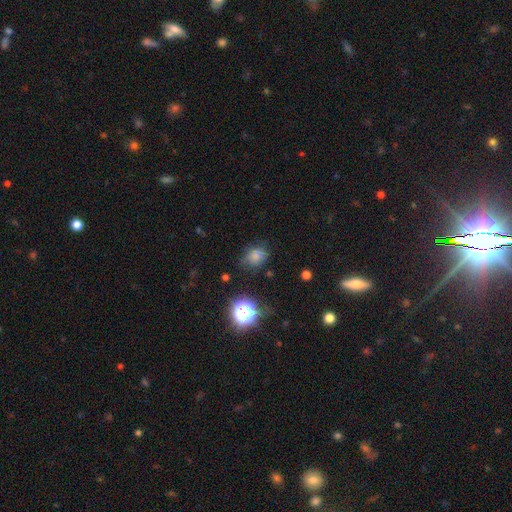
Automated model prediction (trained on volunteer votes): A smooth galaxy with no disk features (75%) that is in between round and cigar-shaped (49%, tied with round).

Vote fractions:
- Smooth or featured? smooth: 75% / star or artifact: 18% / featured or disk: 7%
- How rounded? in between: 49% (tied) / round: 49% (tied) / cigar-shaped: 1%
- Merging? none: 69% / minor disturbance: 22% / major disturbance: 7% / merger: 2%